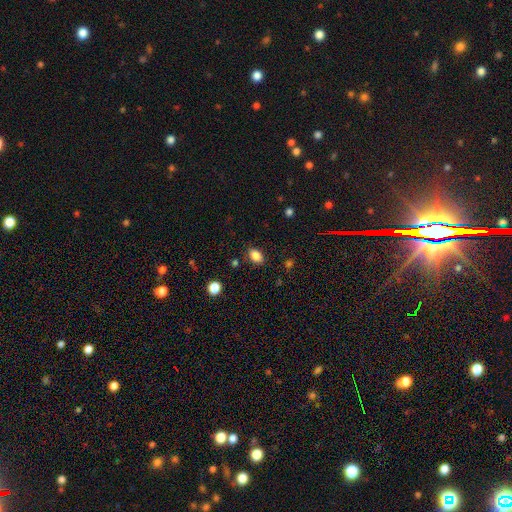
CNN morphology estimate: Overall: smooth (85%). How rounded: in between (80%). Merging: none (84%).